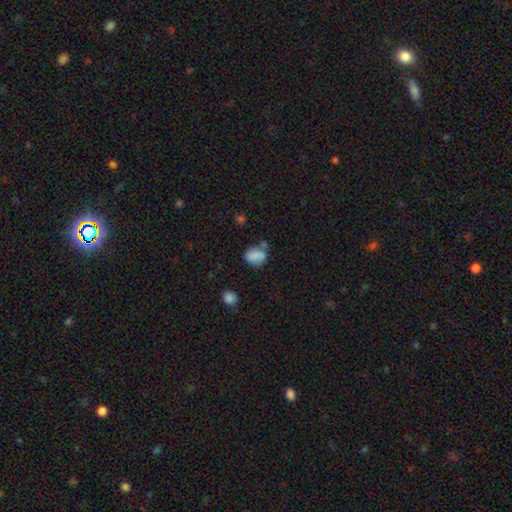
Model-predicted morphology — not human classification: smooth_or_featured: smooth (p=0.81) [alt: star or artifact p=0.10]
how_rounded: in between (p=0.57) [alt: round p=0.42]
merging: none (p=0.58) [alt: minor disturbance p=0.22]